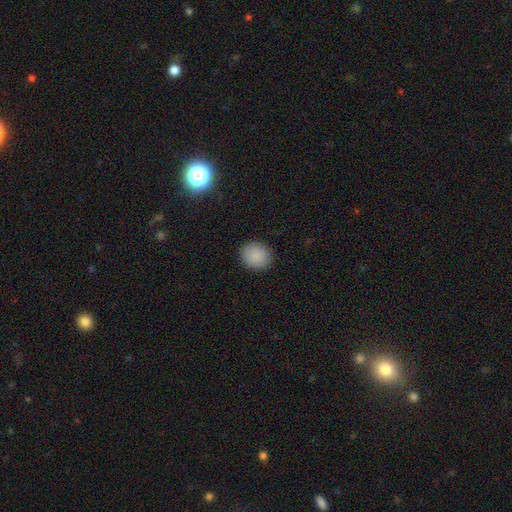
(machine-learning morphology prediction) A smooth galaxy with no disk features (89%) that is round (82%). Merging: none (91%).